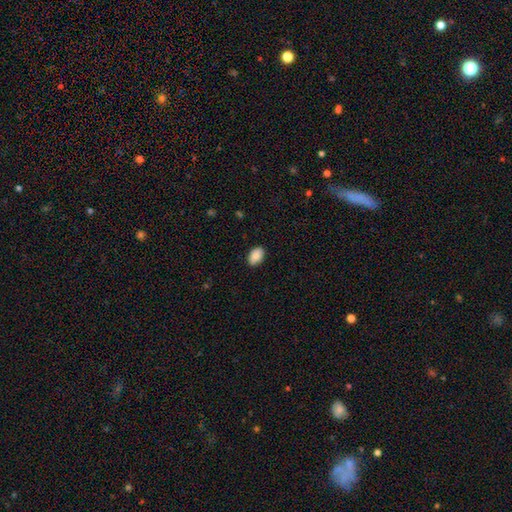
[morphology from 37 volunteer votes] This appears to be a smooth galaxy with no disk features (89%) that is in between round and cigar-shaped (94%). Merging: none (94%).